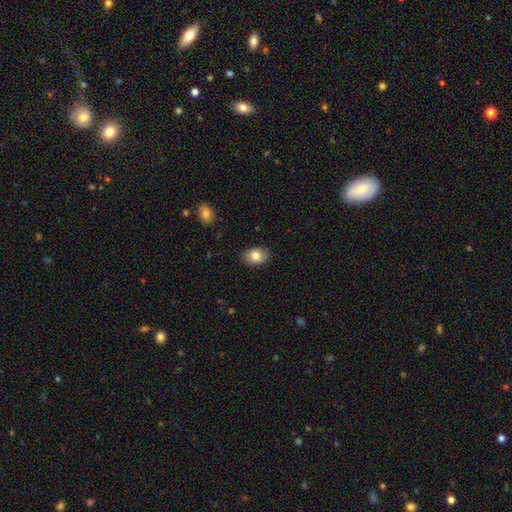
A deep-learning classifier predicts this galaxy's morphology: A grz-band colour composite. It shows a smooth galaxy with no disk features (83%) that is in between round and cigar-shaped (79%). Merging: none (87%).